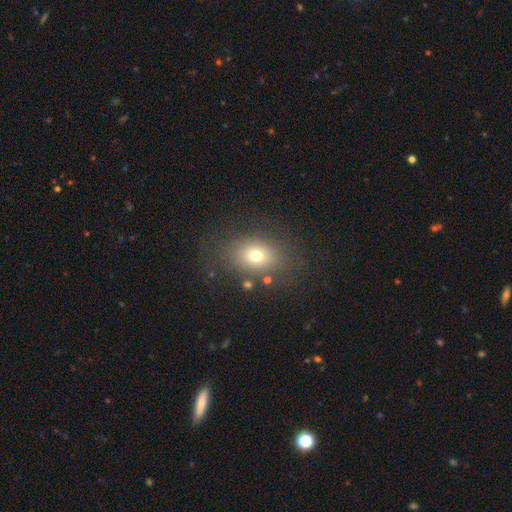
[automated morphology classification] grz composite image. It shows a smooth galaxy with no disk features (71%) that is in between round and cigar-shaped (63%). Merging: none (78%).